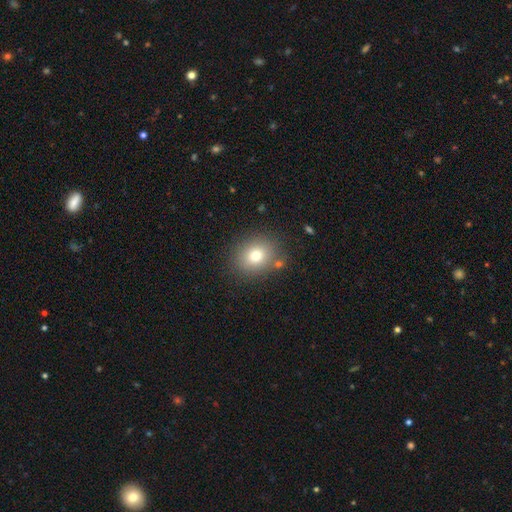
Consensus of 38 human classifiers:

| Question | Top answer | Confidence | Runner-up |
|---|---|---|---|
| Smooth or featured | smooth | 84% | featured or disk (8%) |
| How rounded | round | 59% | in between (41%) |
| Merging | none | 80% | minor disturbance (11%) |